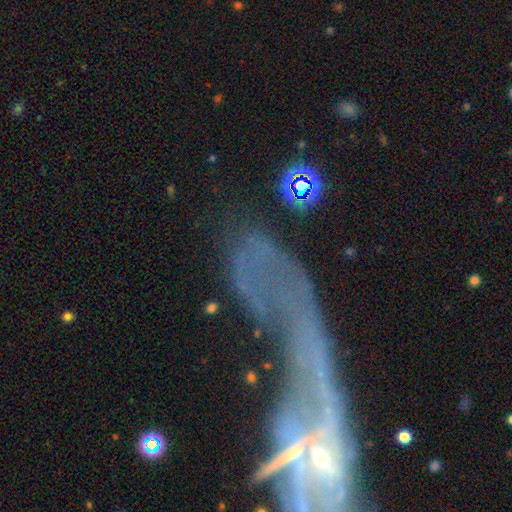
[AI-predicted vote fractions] A featured or disk galaxy (47%). Merging: none (37%).